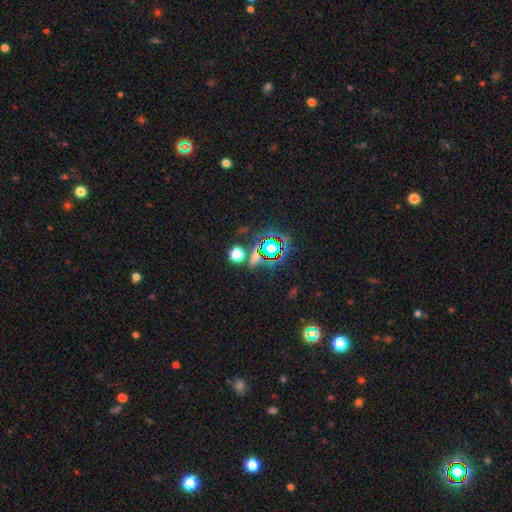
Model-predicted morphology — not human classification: star or artifact 56%, smooth 34%, featured or disk 10%.